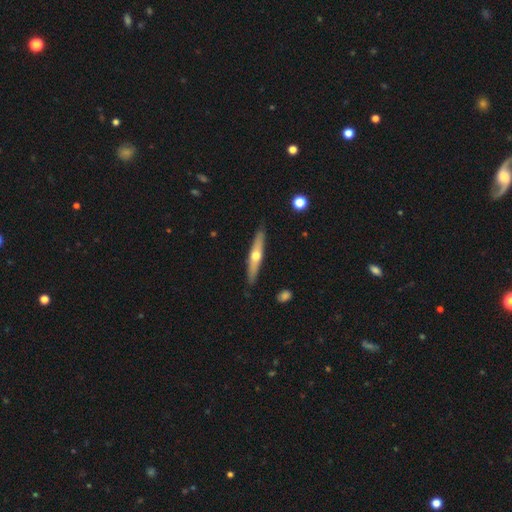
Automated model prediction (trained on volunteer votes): Smooth or featured? featured or disk (57%)
Edge-on disk? yes (92%)
Edge-on bulge? rounded (91%)
Merging? none (88%)